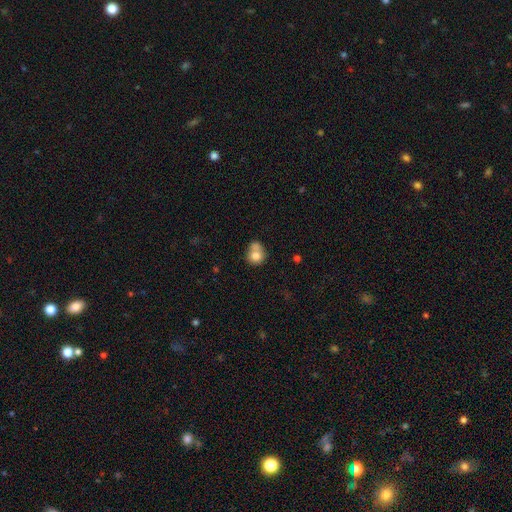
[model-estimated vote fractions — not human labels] smooth_or_featured: smooth (p=0.75) [alt: featured or disk p=0.15]
how_rounded: round (p=0.74) [alt: in between p=0.26]
merging: merger (p=0.43) [alt: none p=0.35]